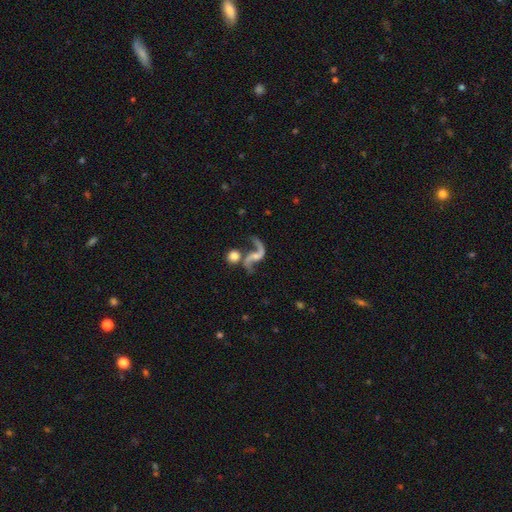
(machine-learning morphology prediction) Smooth or featured?
  - featured or disk: 86% *
  - smooth: 8%
  - star or artifact: 6%
Edge-on disk?
  - no: 97% *
  - yes: 3%
Bar?
  - no: 49% *
  - weak: 36%
  - strong: 15%
Spiral arms?
  - yes: 95% *
  - no: 5%
Spiral winding?
  - loose: 88% *
  - medium: 10%
  - tight: 2%
Spiral arm count?
  - 2: 89% *
  - 1: 6%
  - can't tell: 2%
  - 3: 1%
  - 4: 1%
  - more than 4: 1%
Bulge size?
  - small: 44% *
  - none: 27%
  - moderate: 23%
  - large: 4%
  - dominant: 2%
Merging?
  - none: 50% *
  - merger: 22%
  - major disturbance: 14%
  - minor disturbance: 14%